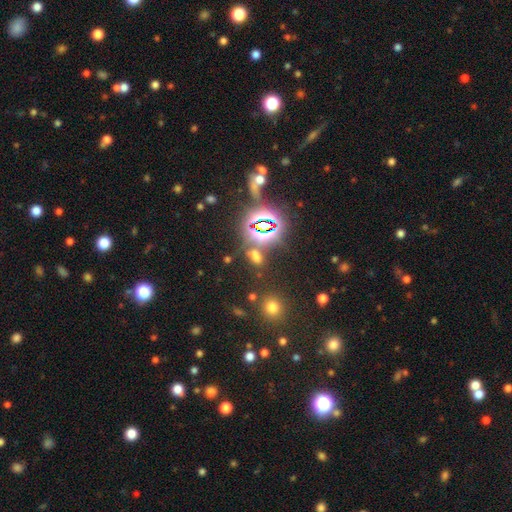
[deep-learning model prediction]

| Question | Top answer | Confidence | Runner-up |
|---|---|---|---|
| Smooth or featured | star or artifact | 49% | smooth (43%) |